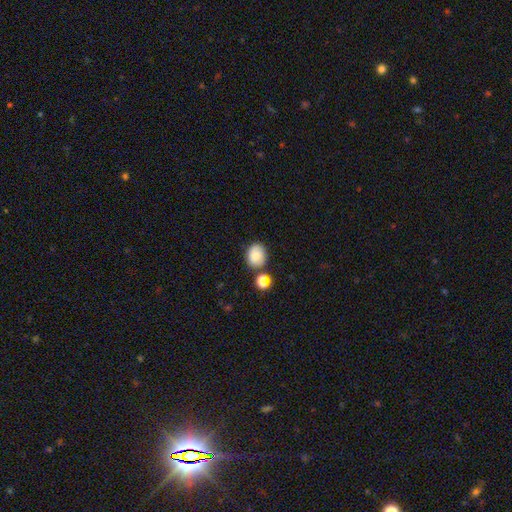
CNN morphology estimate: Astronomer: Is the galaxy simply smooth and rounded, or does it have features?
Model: smooth — 80%.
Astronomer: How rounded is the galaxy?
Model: round — 53% (runner-up: in between, 46%).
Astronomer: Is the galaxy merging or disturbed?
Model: none — 69%.